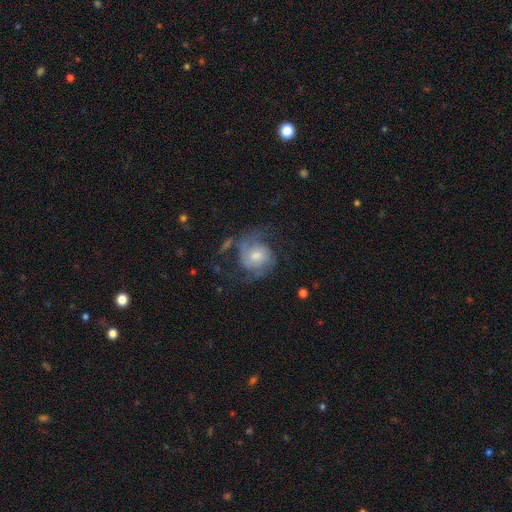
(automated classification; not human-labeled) Smooth or featured: featured or disk — 69% (smooth — 24%)
Edge-on disk: no — 98% (yes — 2%)
Bar: no — 65% (weak — 30%)
Spiral arms: yes — 88% (no — 12%)
Spiral winding: medium — 47% (loose — 28%)
Spiral arm count: 2 — 67% (can't tell — 14%)
Bulge size: moderate — 54% (small — 32%)
Merging: none — 50% (major disturbance — 25%)